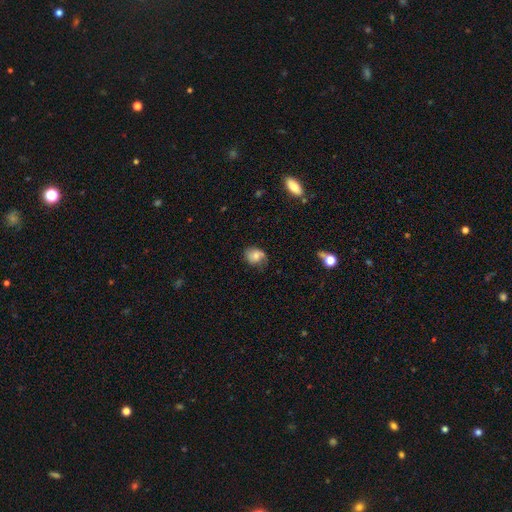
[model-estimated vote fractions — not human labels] Morphology: type=smooth (54%); roundness=round (51%); merging=none (54%).